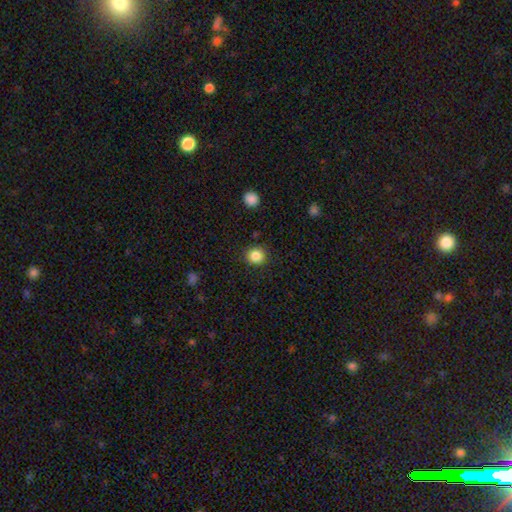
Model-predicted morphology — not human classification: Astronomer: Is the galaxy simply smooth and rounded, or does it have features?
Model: smooth — 85%.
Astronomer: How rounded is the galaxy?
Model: round — 88%.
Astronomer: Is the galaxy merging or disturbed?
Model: none — 89%.